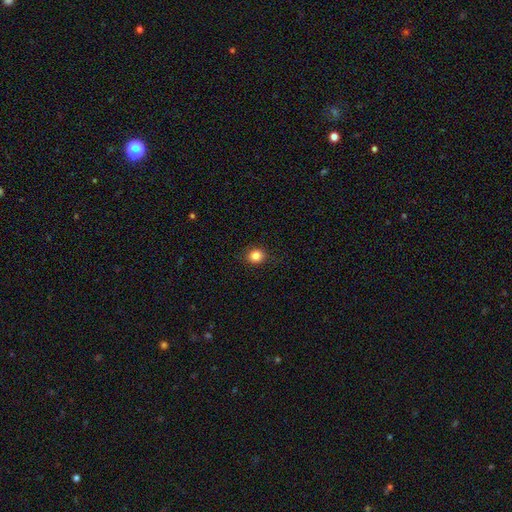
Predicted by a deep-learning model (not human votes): Smooth or featured: smooth — 84% (star or artifact — 11%)
How rounded: round — 82% (in between — 17%)
Merging: none — 89% (minor disturbance — 8%)